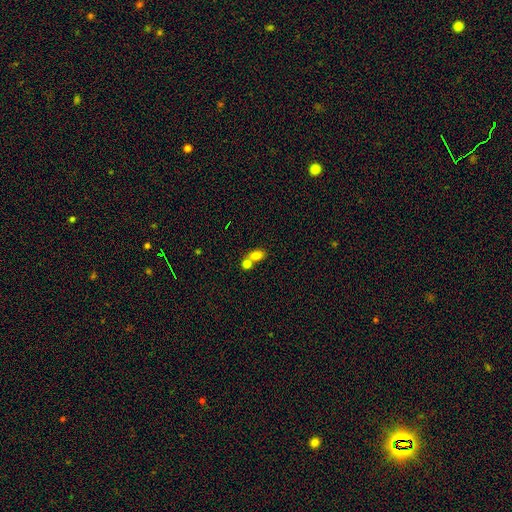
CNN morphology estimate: A smooth galaxy with no disk features (80%) that is in between round and cigar-shaped (66%). Merging: merger (55%).